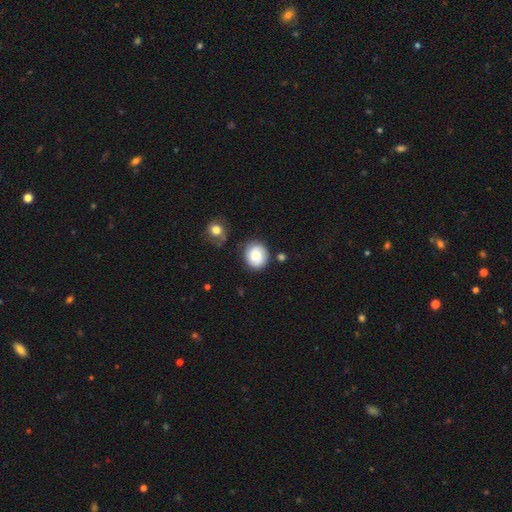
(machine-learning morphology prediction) This is likely a smooth galaxy (64%). How rounded: likely round (77%). Merging: likely none (76%).